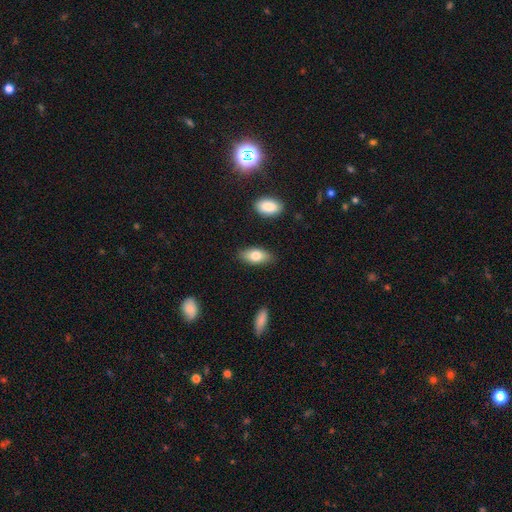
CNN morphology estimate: Overall: smooth (79%). How rounded: in between (88%). Merging: none (83%).